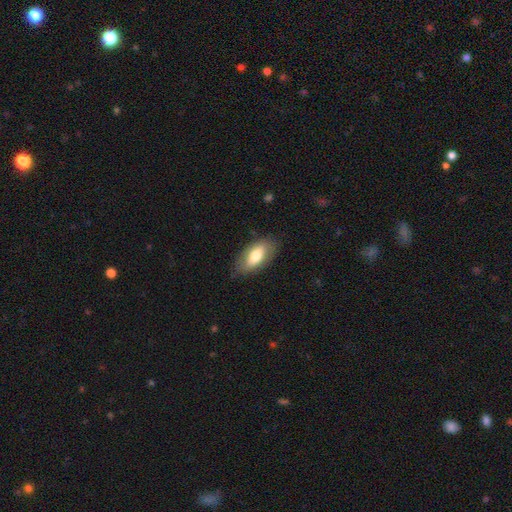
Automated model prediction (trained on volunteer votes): Overall: smooth (69%). How rounded: in between (89%). Merging: none (80%).